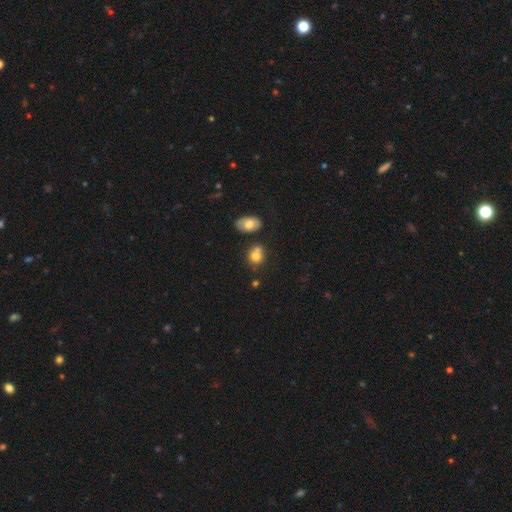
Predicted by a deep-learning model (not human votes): Overall: smooth (77%). How rounded: round (63%; in between 36%). Merging: none (52%; merger 30%).